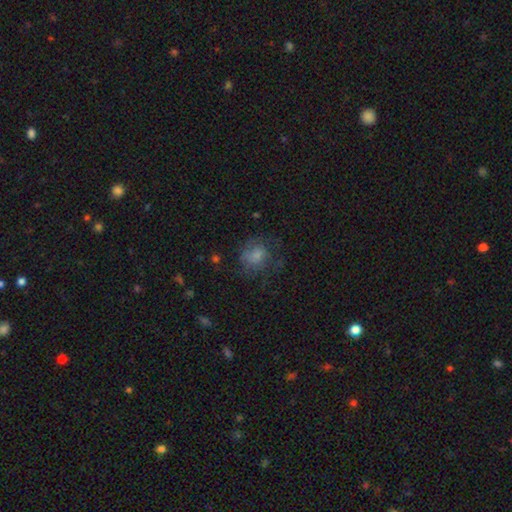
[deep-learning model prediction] Smooth or featured? Predicted: smooth (p=0.62). How rounded? Predicted: round (p=0.69). Merging? Predicted: none (p=0.52).